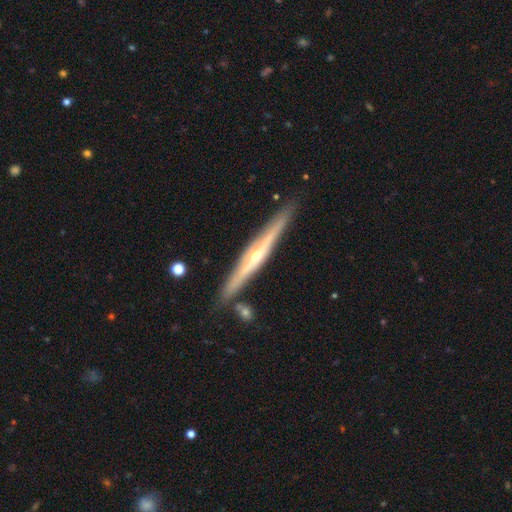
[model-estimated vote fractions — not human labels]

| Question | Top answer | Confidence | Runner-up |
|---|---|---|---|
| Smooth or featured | featured or disk | 79% | smooth (15%) |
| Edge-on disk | yes | 96% | no (4%) |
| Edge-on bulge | rounded | 84% | none (12%) |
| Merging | none | 86% | minor disturbance (9%) |